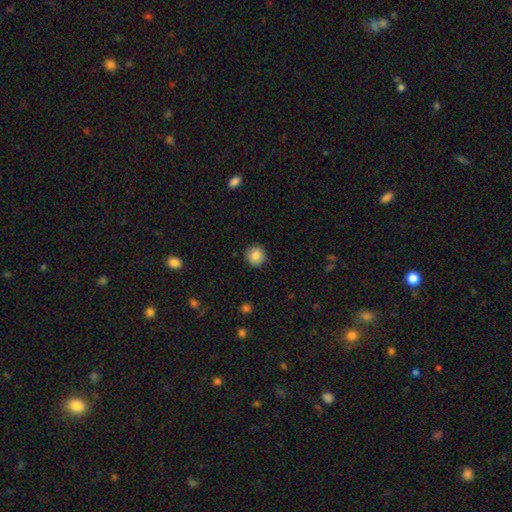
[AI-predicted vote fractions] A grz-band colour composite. It shows a smooth galaxy with no disk features (86%) that is round (93%). Merging: none (89%).